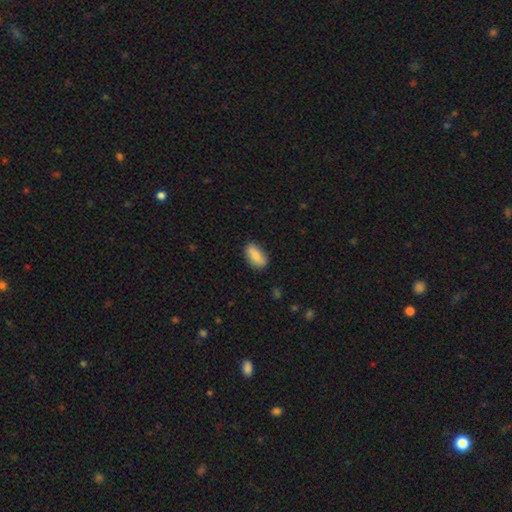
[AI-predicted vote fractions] This appears to be a smooth galaxy with no disk features (77%) that is in between round and cigar-shaped (87%). Merging: none (80%).